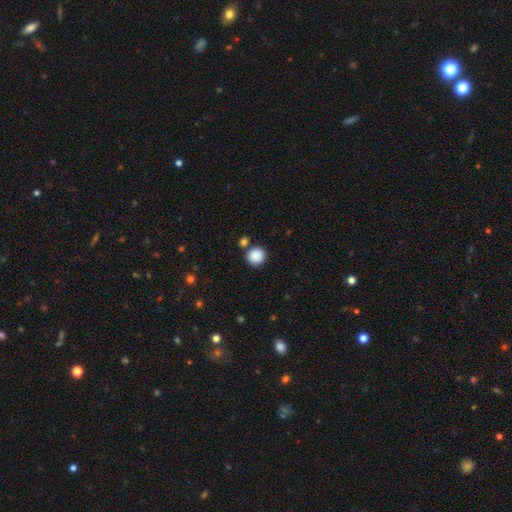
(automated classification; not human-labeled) Q: Smooth or featured?
A: smooth (88%); runner-up: star or artifact (9%)
Q: How rounded?
A: round (90%); runner-up: in between (9%)
Q: Merging?
A: none (77%); runner-up: merger (11%)